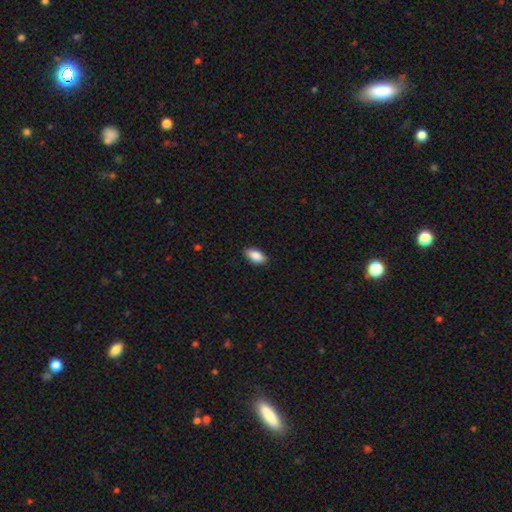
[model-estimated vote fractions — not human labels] This is clearly a smooth galaxy (89%). How rounded: clearly in between (93%). Merging: clearly none (88%).